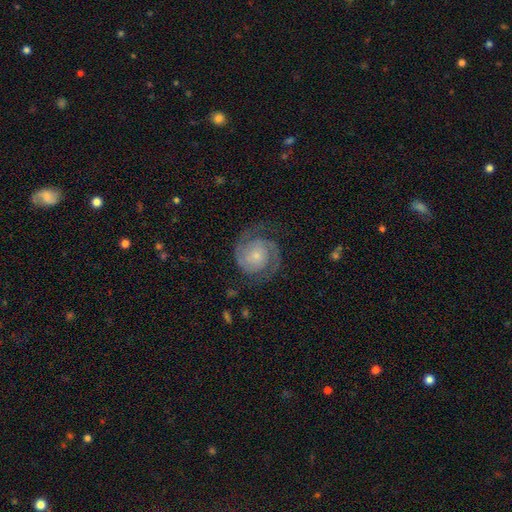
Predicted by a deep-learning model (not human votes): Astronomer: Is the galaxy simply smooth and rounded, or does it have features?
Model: featured or disk — 88%.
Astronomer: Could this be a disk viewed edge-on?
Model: no — 98%.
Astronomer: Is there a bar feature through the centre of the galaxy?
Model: no — 73%.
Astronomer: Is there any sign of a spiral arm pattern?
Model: yes — 98%.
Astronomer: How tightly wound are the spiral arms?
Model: tight — 53% (runner-up: medium, 39%).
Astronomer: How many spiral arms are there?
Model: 2 — 91%.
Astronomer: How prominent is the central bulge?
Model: small — 65%.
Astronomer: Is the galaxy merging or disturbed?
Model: none — 79%.